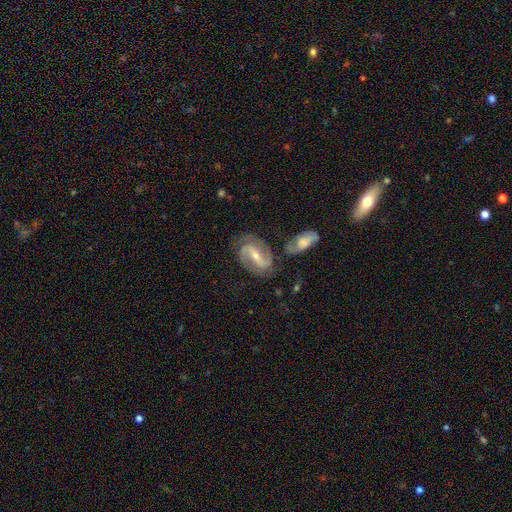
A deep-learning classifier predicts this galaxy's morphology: Q: Smooth or featured?
A: featured or disk (88%); runner-up: smooth (7%)
Q: Edge-on disk?
A: no (96%); runner-up: yes (4%)
Q: Bar?
A: strong (51%); runner-up: weak (33%)
Q: Spiral arms?
A: yes (97%); runner-up: no (3%)
Q: Spiral winding?
A: medium (51%); runner-up: tight (26%)
Q: Spiral arm count?
A: 2 (92%); runner-up: can't tell (3%)
Q: Bulge size?
A: small (50%); runner-up: moderate (46%)
Q: Merging?
A: none (73%); runner-up: minor disturbance (15%)